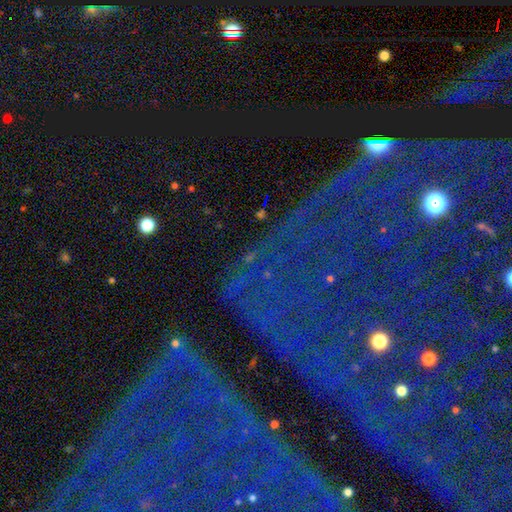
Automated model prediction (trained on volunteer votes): Smooth or featured?
  - star or artifact: 79% *
  - featured or disk: 11%
  - smooth: 10%